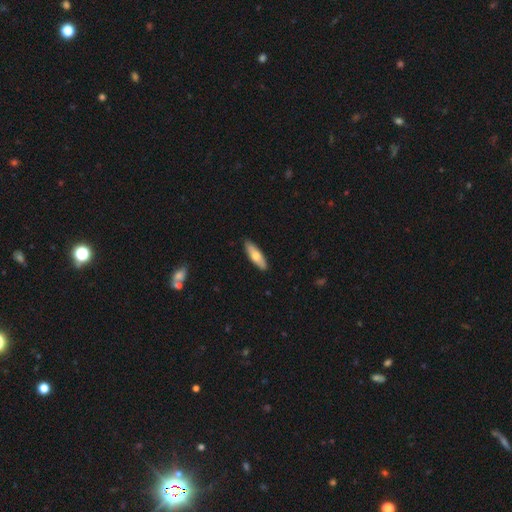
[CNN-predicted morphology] Smooth or featured?
  - smooth: 66% *
  - featured or disk: 29%
  - star or artifact: 5%
How rounded?
  - cigar-shaped: 50% *
  - in between: 48%
  - round: 2%
Merging?
  - none: 89% *
  - minor disturbance: 9%
  - major disturbance: 2%
  - merger: 1%